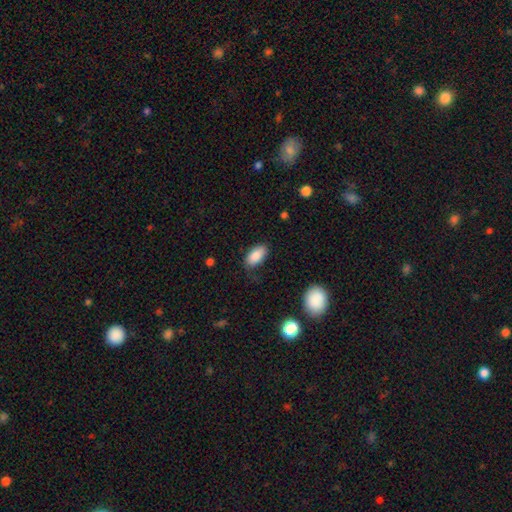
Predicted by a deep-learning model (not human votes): Smooth or featured: smooth — 87% (star or artifact — 7%)
How rounded: in between — 93% (cigar-shaped — 4%)
Merging: none — 71% (minor disturbance — 21%)